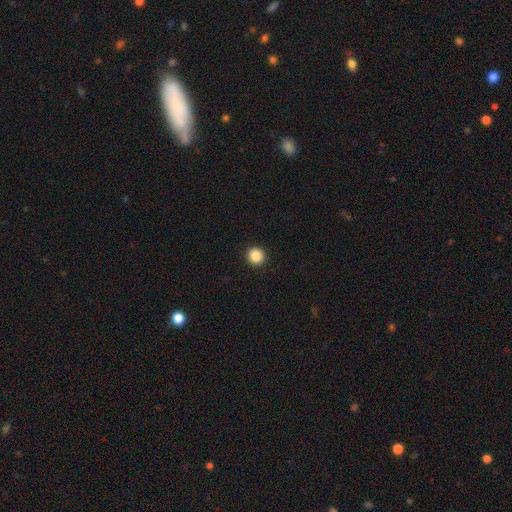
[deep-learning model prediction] Smooth or featured? Predicted: smooth (p=0.87). How rounded? Predicted: round (p=0.93). Merging? Predicted: none (p=0.93).